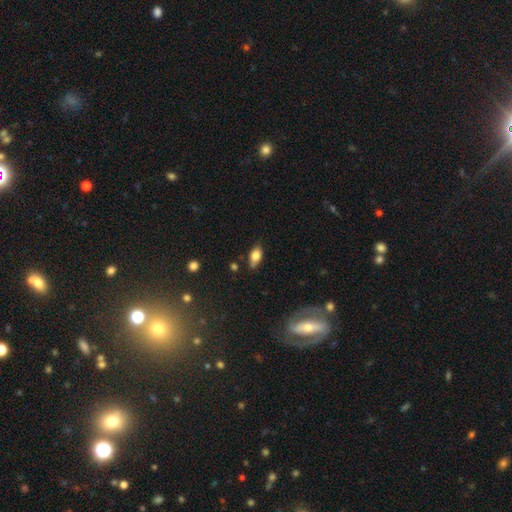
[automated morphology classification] This is likely a smooth galaxy (73%). How rounded: clearly in between (86%). Merging: likely none (77%).